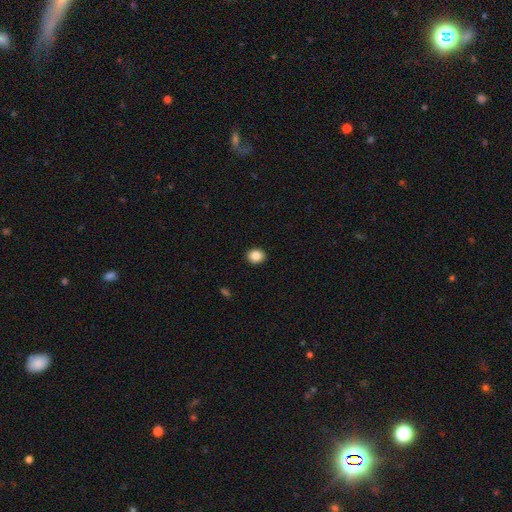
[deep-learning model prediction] Morphology: type=smooth (87%); roundness=round (67%); merging=none (92%).